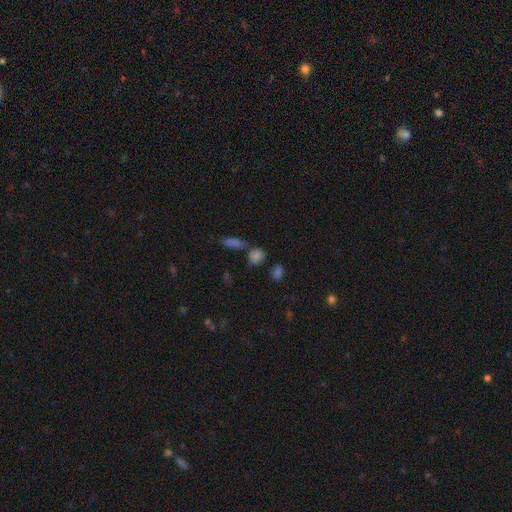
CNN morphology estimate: Overall: smooth (75%). How rounded: round (57%; in between 37%). Merging: none (64%).